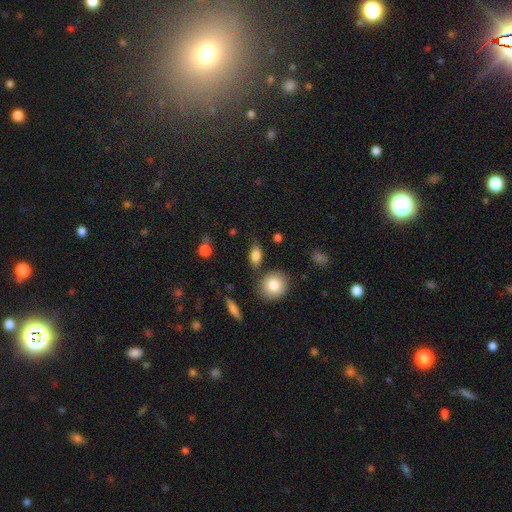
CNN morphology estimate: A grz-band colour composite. It shows a smooth galaxy with no disk features (83%) that is in between round and cigar-shaped (81%). Merging: none (70%).